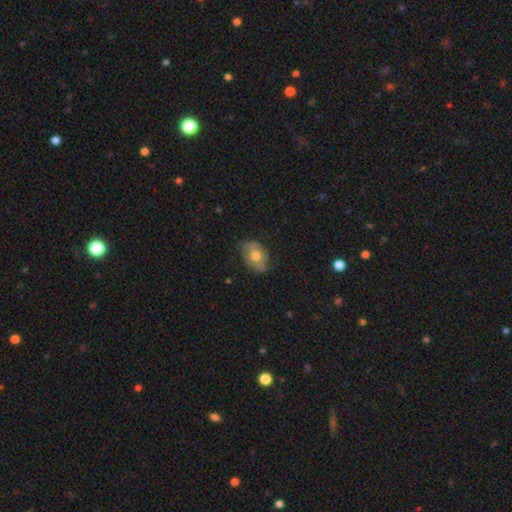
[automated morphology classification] This is possibly a smooth galaxy (55%). How rounded: likely in between (75%). Merging: likely none (67%).